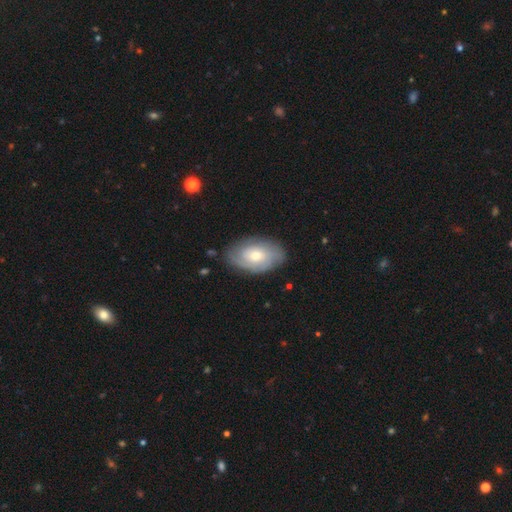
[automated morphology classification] This is possibly a featured or disk galaxy (56%). It is clearly not viewed edge-on (94%). Bar: likely no (74%). Spiral arm pattern: clearly yes (81%). Central bulge: possibly moderate (56%). Merging: likely none (78%).